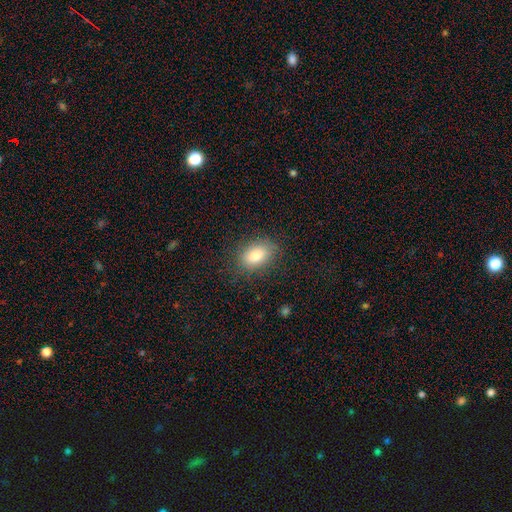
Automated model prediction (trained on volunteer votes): smooth_or_featured: smooth (p=0.81) [alt: featured or disk p=0.10]
how_rounded: in between (p=0.80) [alt: round p=0.19]
merging: none (p=0.83) [alt: minor disturbance p=0.12]